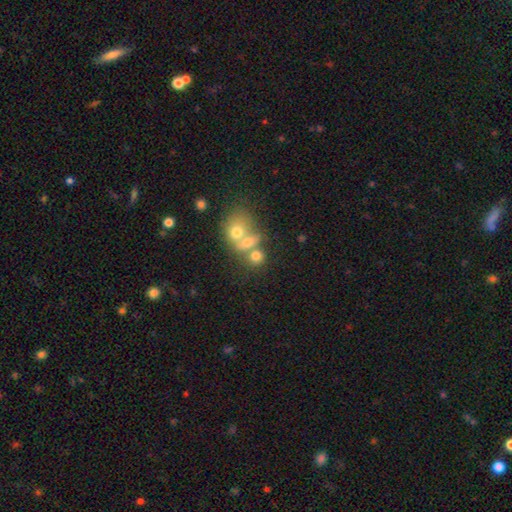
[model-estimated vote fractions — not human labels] This is likely a smooth galaxy (70%). How rounded: likely round (67%). Merging: possibly merger (53%).